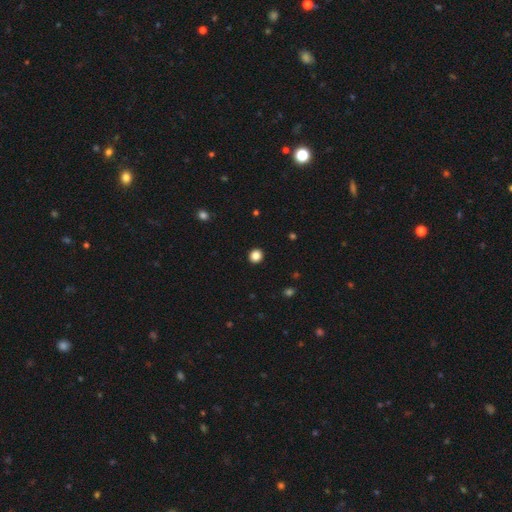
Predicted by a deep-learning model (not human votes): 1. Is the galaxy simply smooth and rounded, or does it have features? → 86% smooth, 11% star or artifact, 3% featured or disk.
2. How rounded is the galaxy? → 90% round, 9% in between, 1% cigar-shaped.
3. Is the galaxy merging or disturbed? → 93% none, 4% minor disturbance, 2% major disturbance, 1% merger.